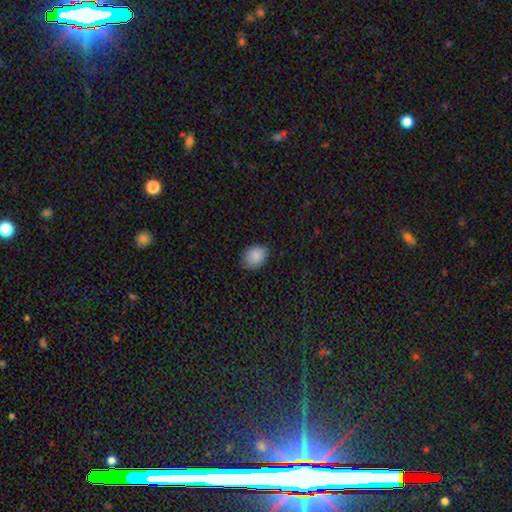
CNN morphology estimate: This is clearly a smooth galaxy (88%). How rounded: possibly in between (54%). Merging: clearly none (81%).